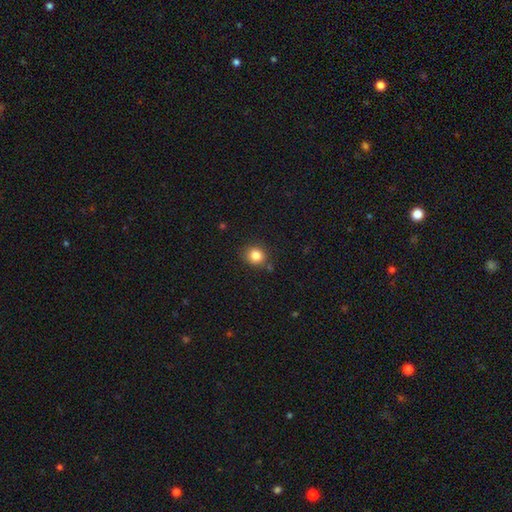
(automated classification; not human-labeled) Q: Smooth or featured?
A: smooth (83%); runner-up: star or artifact (11%)
Q: How rounded?
A: round (81%); runner-up: in between (18%)
Q: Merging?
A: none (83%); runner-up: minor disturbance (11%)